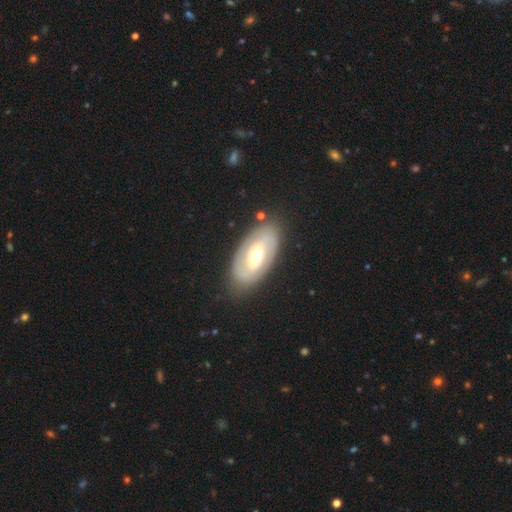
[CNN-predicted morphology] smooth_or_featured: featured or disk (p=0.64) [alt: smooth p=0.30]
disk_edge_on: no (p=0.92) [alt: yes p=0.08]
bar: no (p=0.48) [alt: weak p=0.36]
has_spiral_arms: yes (p=0.58) [alt: no p=0.42]
bulge_size: moderate (p=0.72) [alt: small p=0.19]
merging: none (p=0.82) [alt: minor disturbance p=0.12]